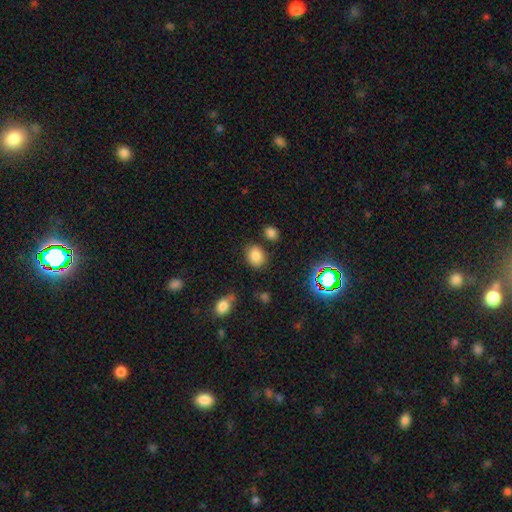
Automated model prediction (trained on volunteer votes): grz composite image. It shows a smooth galaxy with no disk features (82%) that is round (50%). Merging: none (79%).